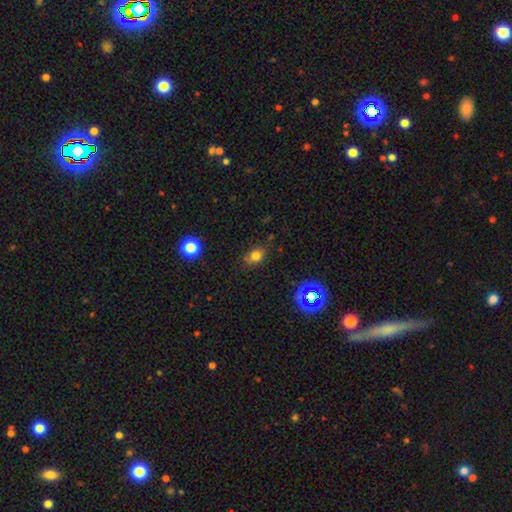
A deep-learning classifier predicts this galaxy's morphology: smooth_or_featured: smooth (p=0.76) [alt: star or artifact p=0.16]
how_rounded: in between (p=0.61) [alt: round p=0.38]
merging: none (p=0.77) [alt: minor disturbance p=0.17]